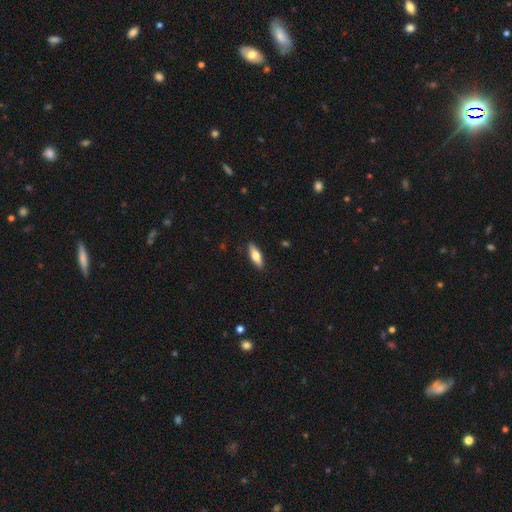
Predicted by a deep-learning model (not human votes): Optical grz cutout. It shows a smooth galaxy with no disk features (65%) that is in between round and cigar-shaped (57%). Merging: none (89%).